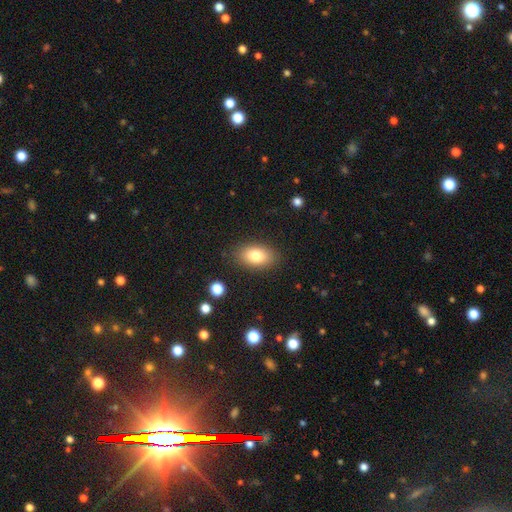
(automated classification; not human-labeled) A smooth galaxy with no disk features (80%) that is in between round and cigar-shaped (89%). Merging: none (85%).